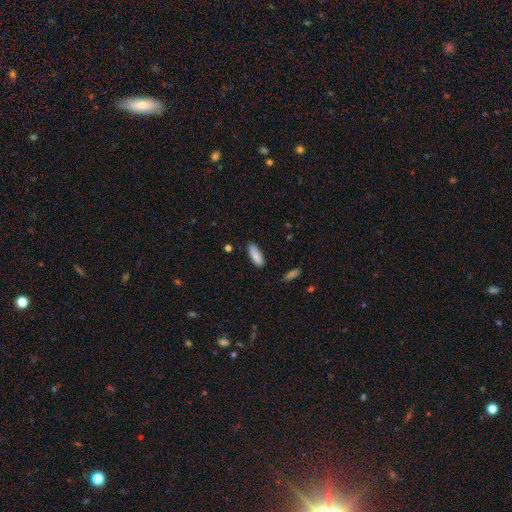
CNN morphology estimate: smooth-or-featured: smooth: 87% | star or artifact: 7% | featured or disk: 6%
  how-rounded: in between: 59% | cigar-shaped: 39% | round: 2%
  merging: none: 81% | minor disturbance: 15% | major disturbance: 3% | merger: 2%